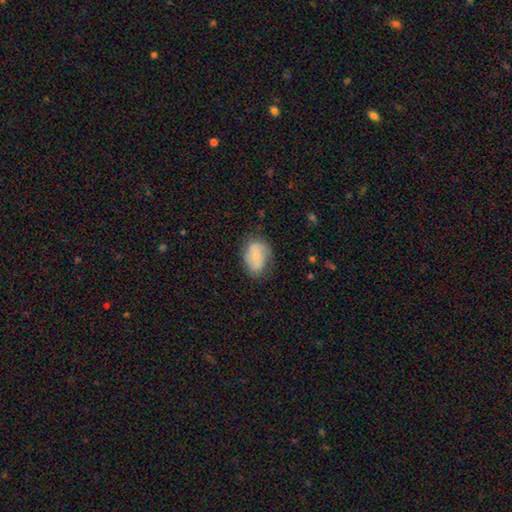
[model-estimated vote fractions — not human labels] The model was most divided on "smooth or featured": smooth: 62%, featured or disk: 30%, star or artifact: 8%. More confident: how rounded — in between (77%); merging — none (62%).